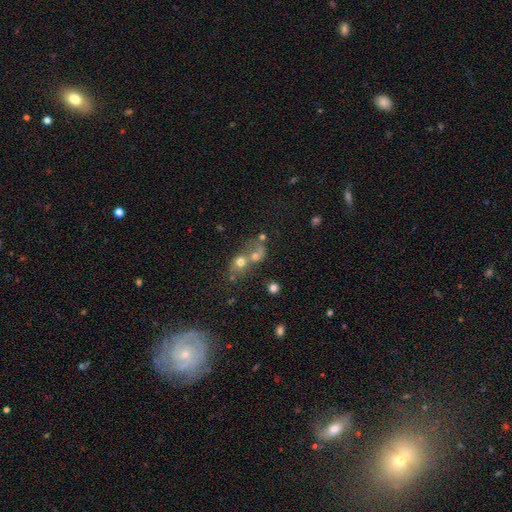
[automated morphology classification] A smooth galaxy with no disk features (62%) that is round (67%).

Vote fractions:
- Smooth or featured? smooth: 62% / featured or disk: 20% / star or artifact: 17%
- How rounded? round: 67% / in between: 32% / cigar-shaped: 2%
- Merging? merger: 67% / none: 21% / major disturbance: 6% / minor disturbance: 6%